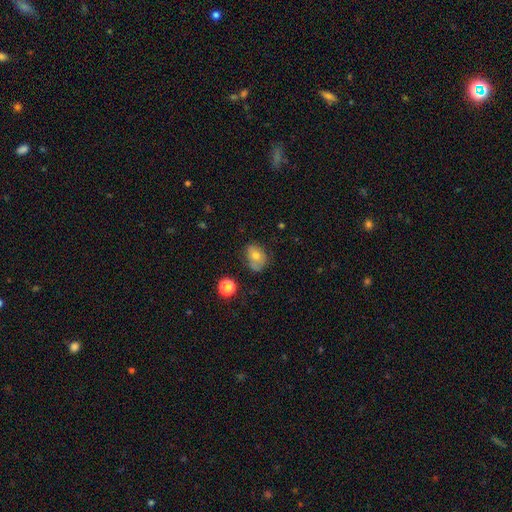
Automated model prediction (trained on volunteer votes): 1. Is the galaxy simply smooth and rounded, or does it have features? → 67% smooth, 22% featured or disk, 11% star or artifact.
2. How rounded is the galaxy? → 66% in between, 33% round, 1% cigar-shaped.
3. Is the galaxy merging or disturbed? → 59% none, 28% minor disturbance, 9% major disturbance, 4% merger.